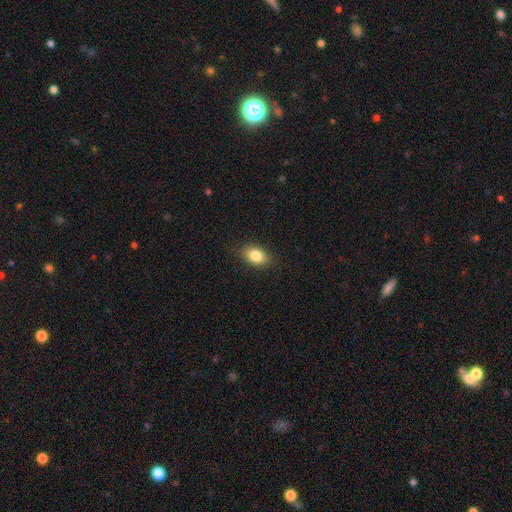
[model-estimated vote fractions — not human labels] The model was most divided on "how rounded": in between: 85%, round: 13%, cigar-shaped: 2%. More confident: merging — none (87%); smooth or featured — smooth (85%).